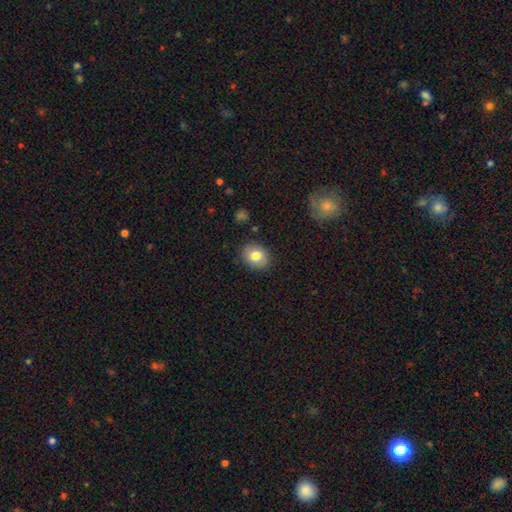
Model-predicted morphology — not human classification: A smooth galaxy with no disk features (80%) that is round (51%).

Vote fractions:
- Smooth or featured? smooth: 80% / featured or disk: 12% / star or artifact: 9%
- How rounded? round: 51% / in between: 48% / cigar-shaped: 1%
- Merging? none: 87% / minor disturbance: 9% / major disturbance: 2% / merger: 1%